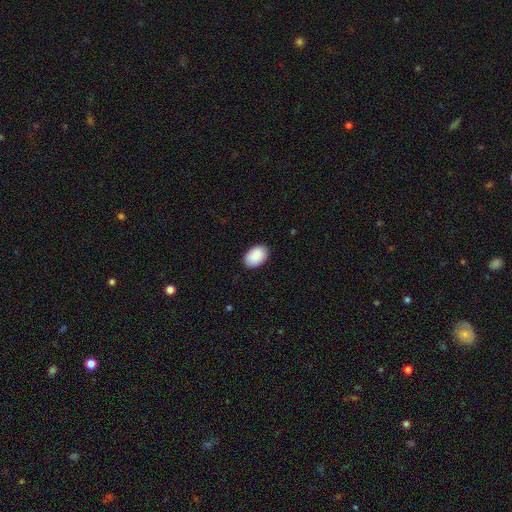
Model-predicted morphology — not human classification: Smooth or featured? smooth (91%)
How rounded? in between (89%)
Merging? none (87%)